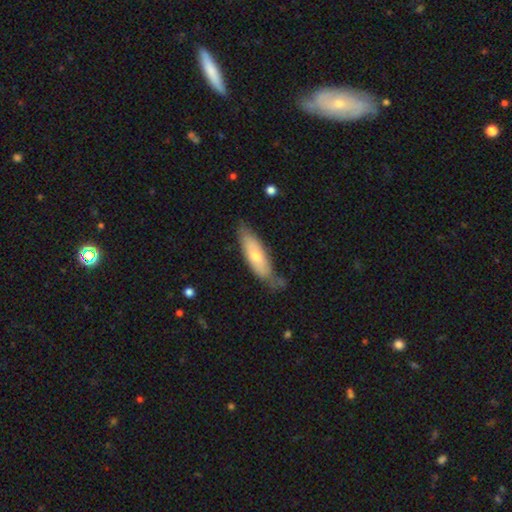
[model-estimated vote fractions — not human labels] Smooth or featured? smooth (61%)
How rounded? in between (52%)
Merging? none (63%)